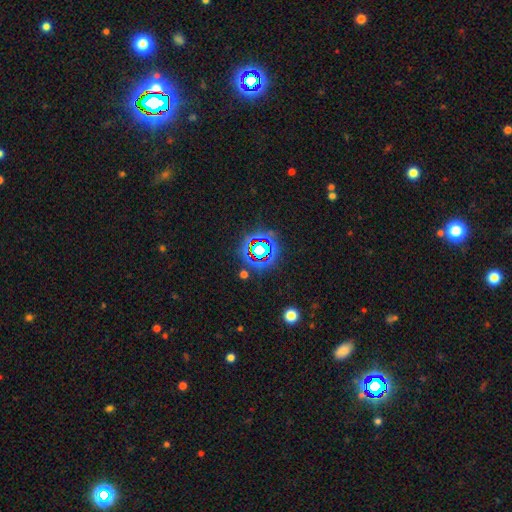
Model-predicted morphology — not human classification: This is likely a star or artifact rather than a galaxy (73%).